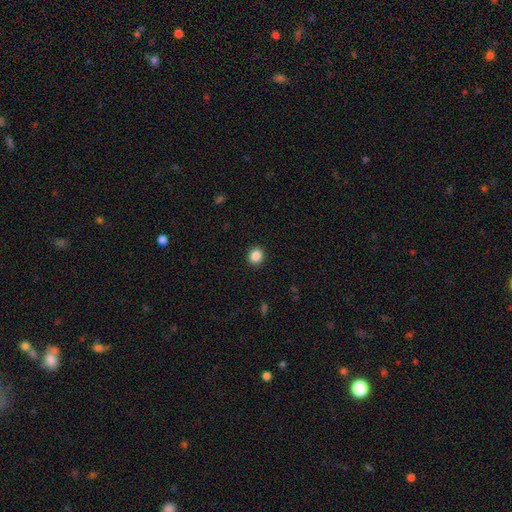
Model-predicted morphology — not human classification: The model was most divided on "how rounded": round: 81%, in between: 18%, cigar-shaped: 1%. More confident: merging — none (91%); smooth or featured — smooth (87%).